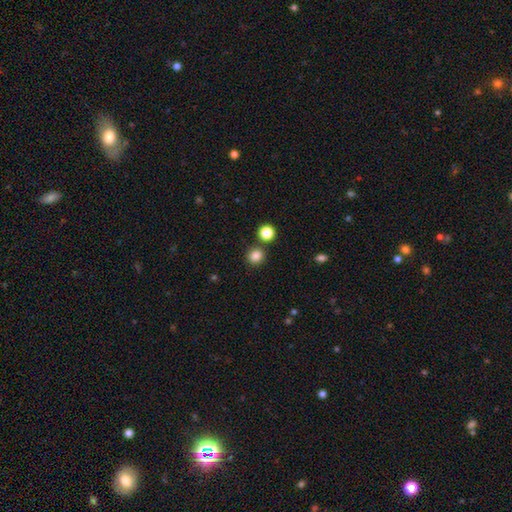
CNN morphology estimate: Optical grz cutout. It shows a smooth galaxy with no disk features (84%) that is round (86%). Merging: none (84%).